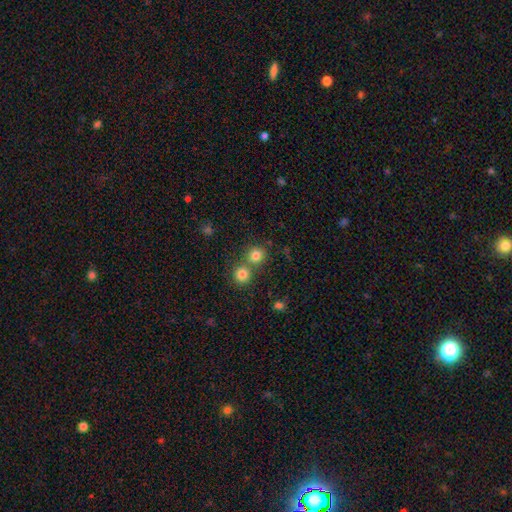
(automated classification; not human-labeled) Smooth or featured? smooth (80%)
How rounded? round (90%)
Merging? none (63%)